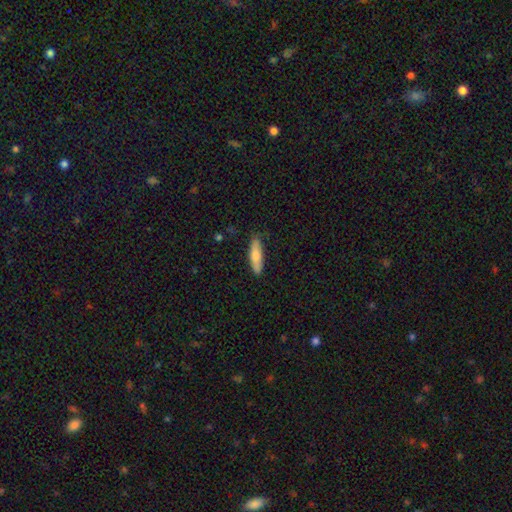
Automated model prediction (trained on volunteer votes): Morphology: type=smooth (70%); roundness=cigar-shaped (62%); merging=none (81%).